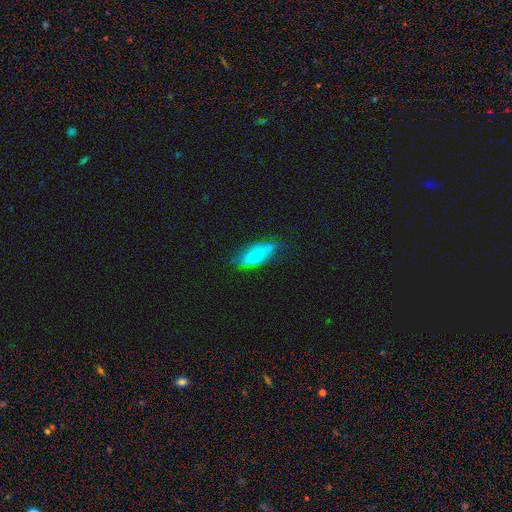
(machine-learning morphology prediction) smooth_or_featured: smooth (p=0.50) [alt: featured or disk p=0.41]
how_rounded: in between (p=0.75) [alt: cigar-shaped p=0.22]
merging: none (p=0.60) [alt: minor disturbance p=0.28]